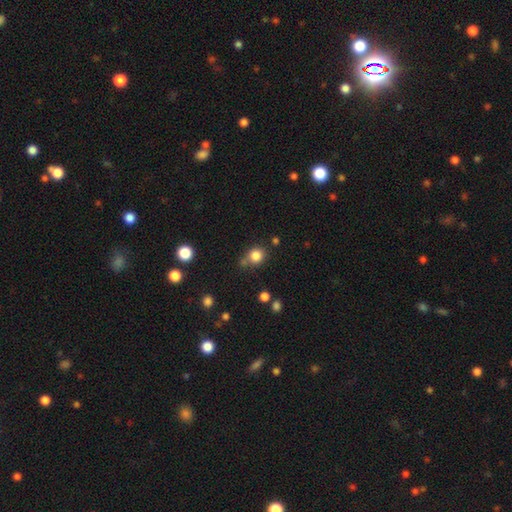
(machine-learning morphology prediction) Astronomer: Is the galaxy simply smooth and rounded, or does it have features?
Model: smooth — 82%.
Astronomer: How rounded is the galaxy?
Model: round — 83%.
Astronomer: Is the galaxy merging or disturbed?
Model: none — 66%.